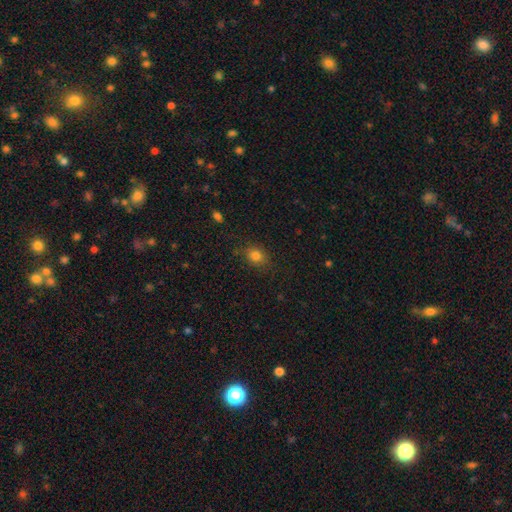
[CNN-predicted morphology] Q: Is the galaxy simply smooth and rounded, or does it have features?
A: smooth — 81%.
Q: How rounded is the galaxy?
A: in between — 50%.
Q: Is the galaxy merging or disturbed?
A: none — 82%.